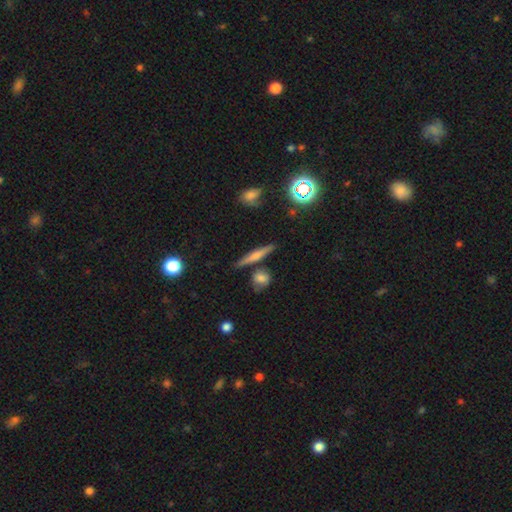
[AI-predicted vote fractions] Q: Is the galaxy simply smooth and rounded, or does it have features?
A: smooth — 51%.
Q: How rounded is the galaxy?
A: cigar-shaped — 83%.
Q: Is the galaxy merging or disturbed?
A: none — 80%.